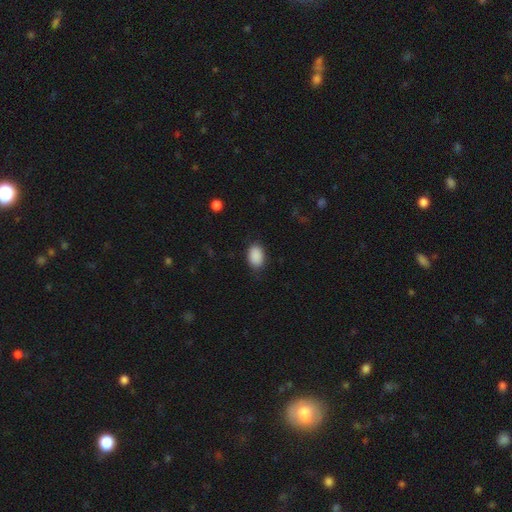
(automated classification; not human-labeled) A smooth galaxy with no disk features (90%) that is in between round and cigar-shaped (86%). Merging: none (84%).